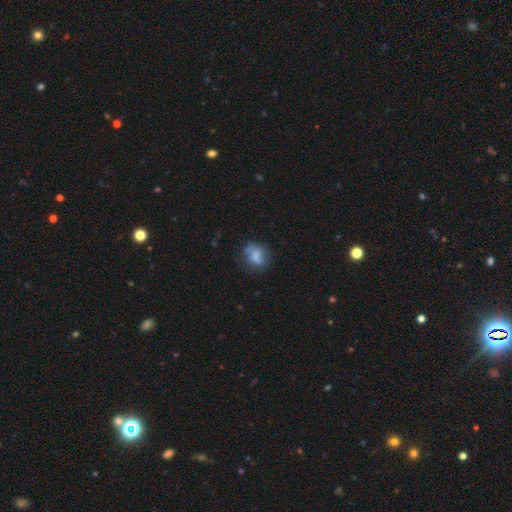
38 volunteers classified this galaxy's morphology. Smooth or featured? 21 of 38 (55%) said smooth. How rounded? 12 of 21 (57%) said round. Merging? 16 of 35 (46%) said none.